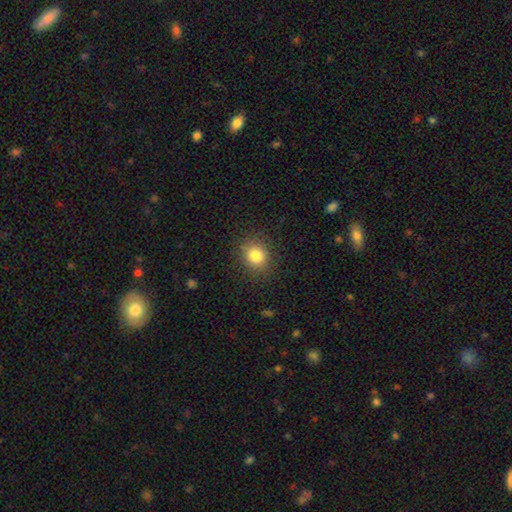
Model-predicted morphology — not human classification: Overall: smooth (82%). How rounded: round (71%). Merging: none (86%).